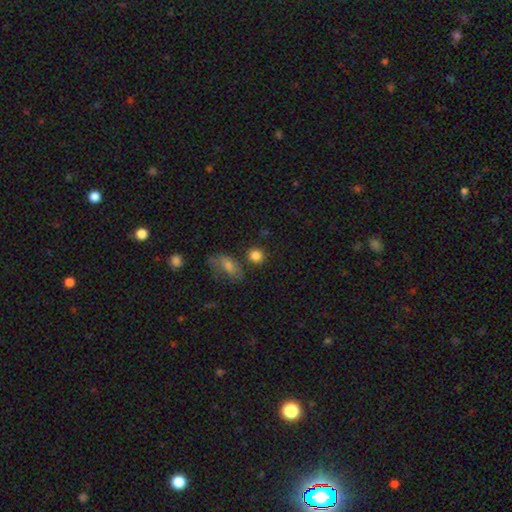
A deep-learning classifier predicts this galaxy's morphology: Smooth or featured? Predicted: smooth (p=0.84). How rounded? Predicted: round (p=0.84). Merging? Predicted: none (p=0.73).